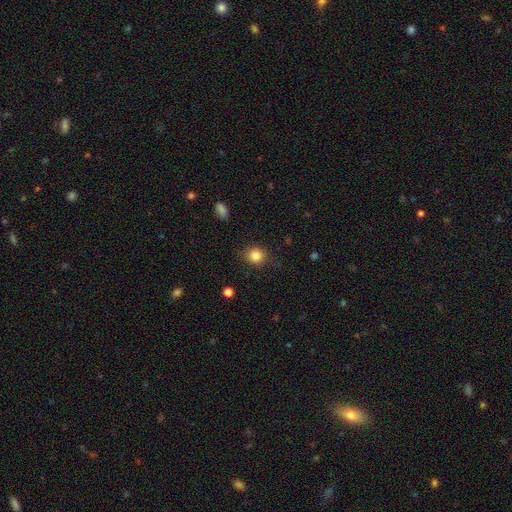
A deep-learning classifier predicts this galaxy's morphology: Smooth or featured? smooth (84%)
How rounded? round (85%)
Merging? none (85%)